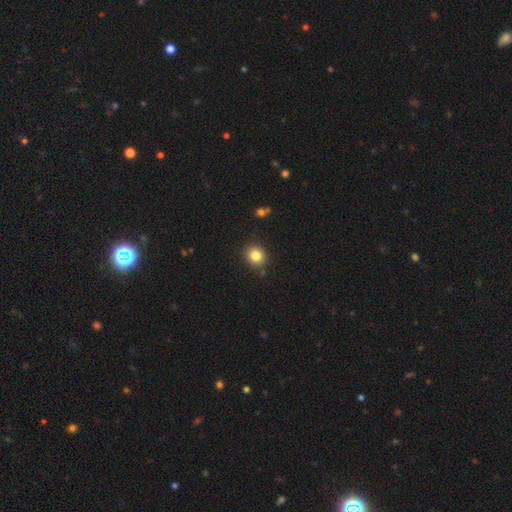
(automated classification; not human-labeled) A smooth galaxy with no disk features (83%) that is round (77%). Merging: none (87%).